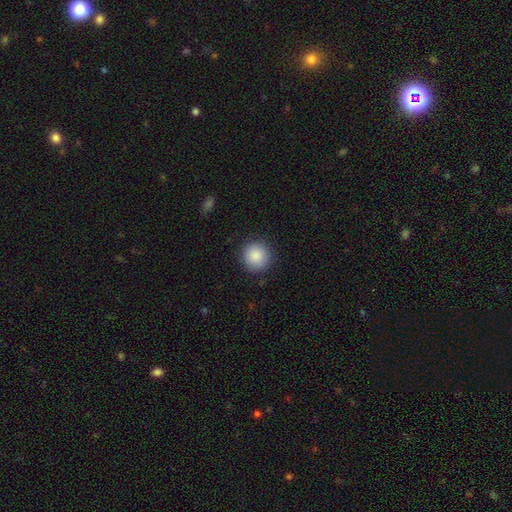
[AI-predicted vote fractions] smooth_or_featured: smooth (p=0.88) [alt: star or artifact p=0.08]
how_rounded: round (p=0.94) [alt: in between p=0.05]
merging: none (p=0.89) [alt: minor disturbance p=0.07]